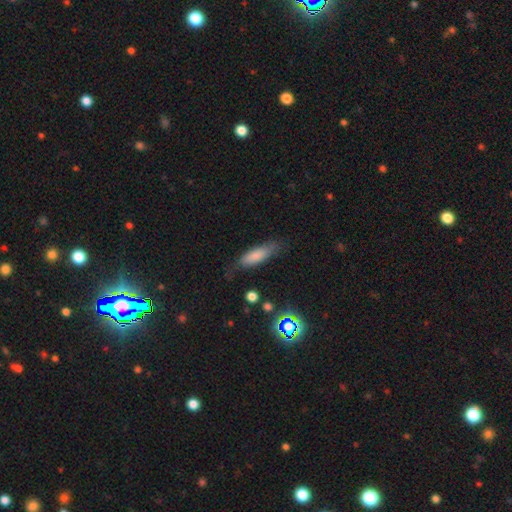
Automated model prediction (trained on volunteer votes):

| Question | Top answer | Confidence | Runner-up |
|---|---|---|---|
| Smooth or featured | smooth | 77% | featured or disk (14%) |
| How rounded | cigar-shaped | 49% | tied: in between (49%) |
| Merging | none | 66% | minor disturbance (24%) |